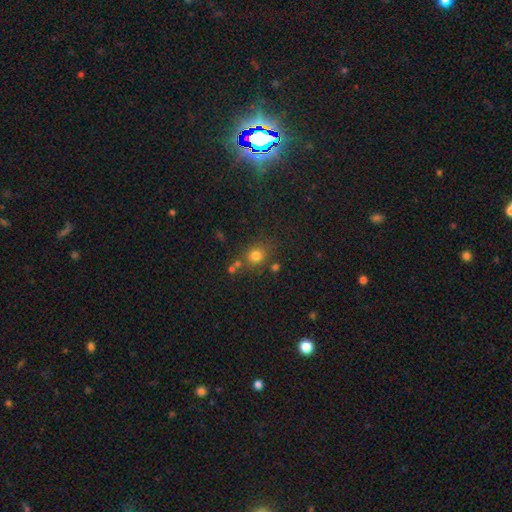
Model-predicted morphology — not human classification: Smooth or featured? Predicted: smooth (p=0.77). How rounded? Predicted: round (p=0.81). Merging? Predicted: none (p=0.71).